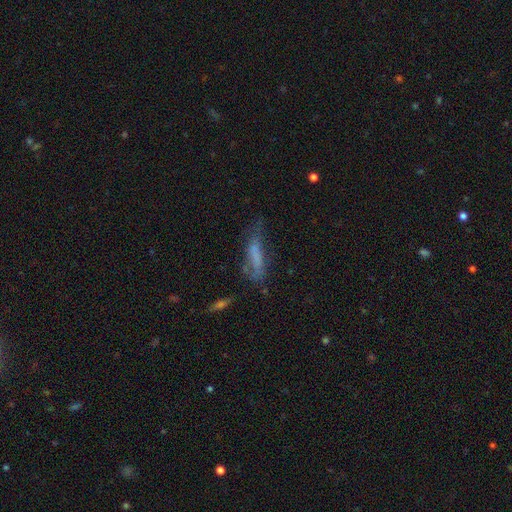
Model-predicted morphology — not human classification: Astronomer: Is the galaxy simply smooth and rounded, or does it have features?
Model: smooth — 54% (runner-up: featured or disk, 33%).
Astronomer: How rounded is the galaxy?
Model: cigar-shaped — 59% (runner-up: in between, 38%).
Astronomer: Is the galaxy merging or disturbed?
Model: none — 37% (runner-up: minor disturbance, 29%).